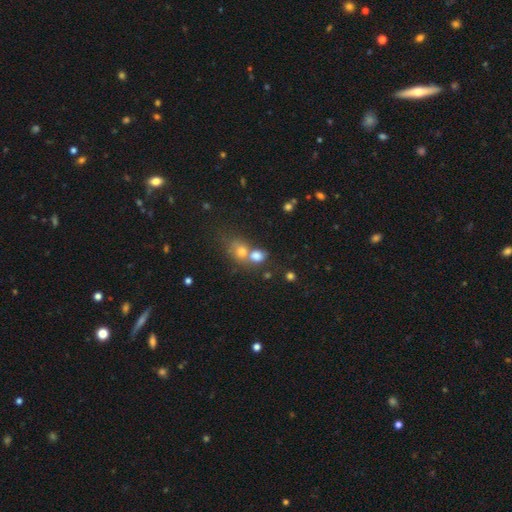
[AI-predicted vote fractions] This appears to be a smooth galaxy with no disk features (73%) that is round (53%). Merging: merger (57%).